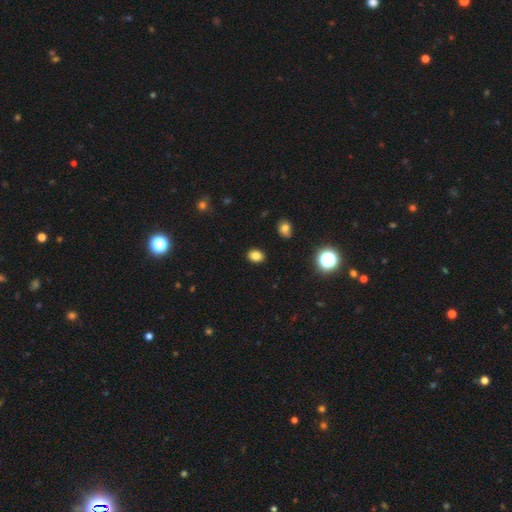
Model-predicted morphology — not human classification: Smooth or featured: smooth — 82% (star or artifact — 13%)
How rounded: in between — 64% (round — 35%)
Merging: none — 89% (minor disturbance — 7%)